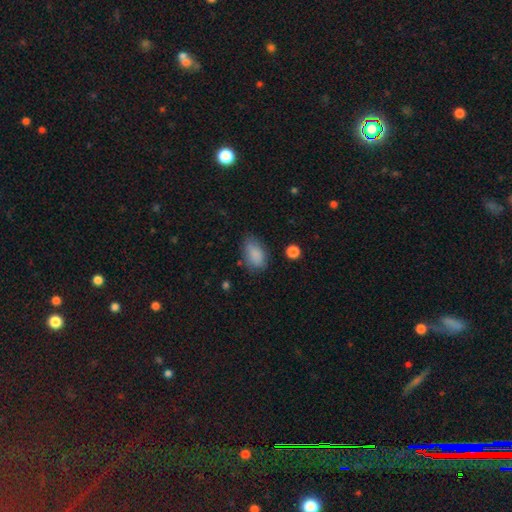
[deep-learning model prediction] Morphology: type=smooth (84%); roundness=in between (90%); merging=none (67%).